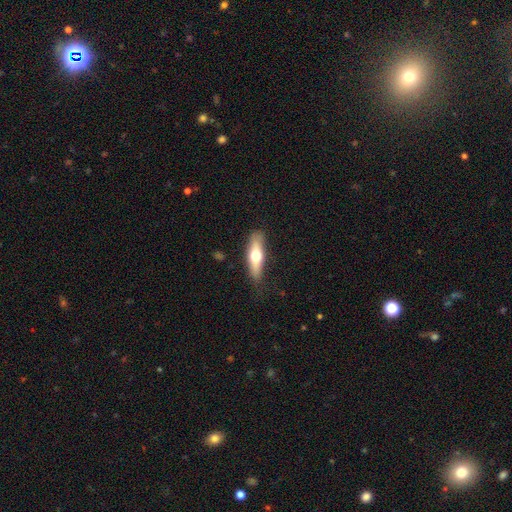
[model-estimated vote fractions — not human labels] smooth 51%, featured or disk 43%, star or artifact 6%. Down the decision tree: how rounded — cigar-shaped (62%); merging — none (81%).